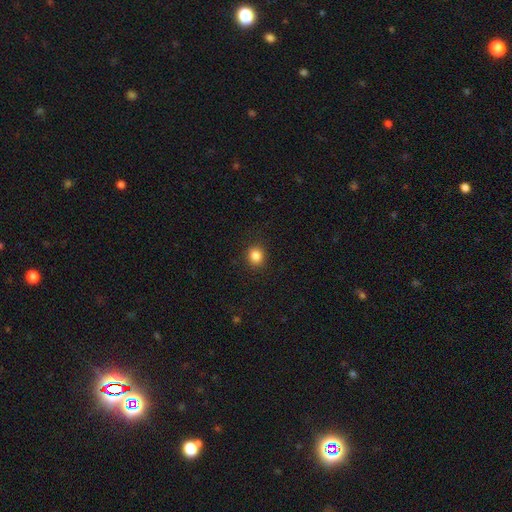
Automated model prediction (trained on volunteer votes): Smooth or featured?
  - smooth: 85% *
  - star or artifact: 11%
  - featured or disk: 4%
How rounded?
  - round: 79% *
  - in between: 20%
  - cigar-shaped: 1%
Merging?
  - none: 90% *
  - minor disturbance: 6%
  - major disturbance: 2%
  - merger: 1%